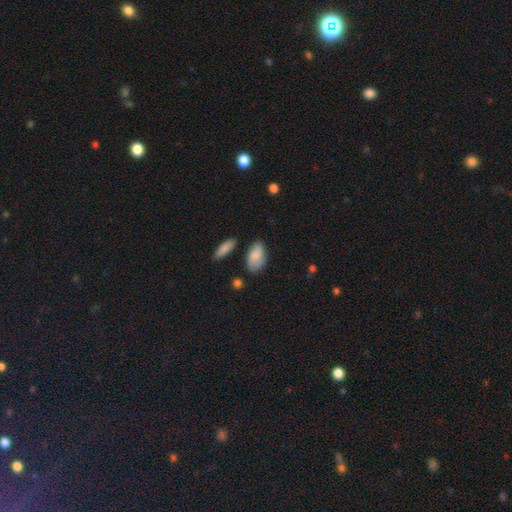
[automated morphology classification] Q: Smooth or featured?
A: smooth (81%); runner-up: featured or disk (13%)
Q: How rounded?
A: in between (93%); runner-up: round (4%)
Q: Merging?
A: none (70%); runner-up: minor disturbance (21%)